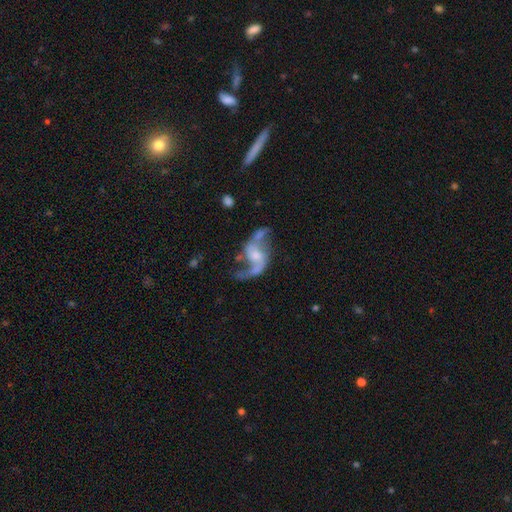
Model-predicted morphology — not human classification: A featured or disk galaxy (88%) with no bar (48%), 2 (92%) loose (79%) spiral arms (95%) and a small central bulge (46%). Merging: none (58%).